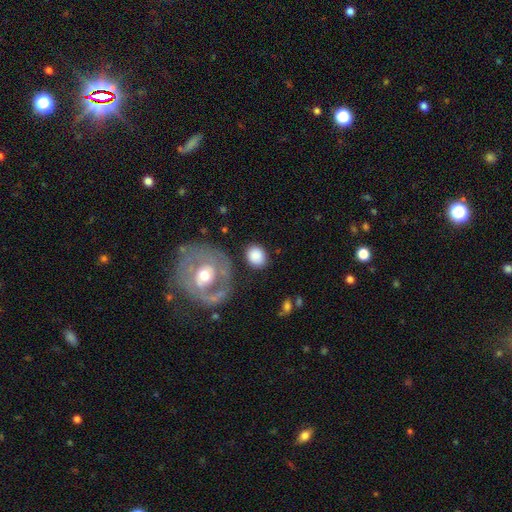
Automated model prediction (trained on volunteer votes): Morphology: type=smooth (80%); roundness=round (54%); merging=none (73%).